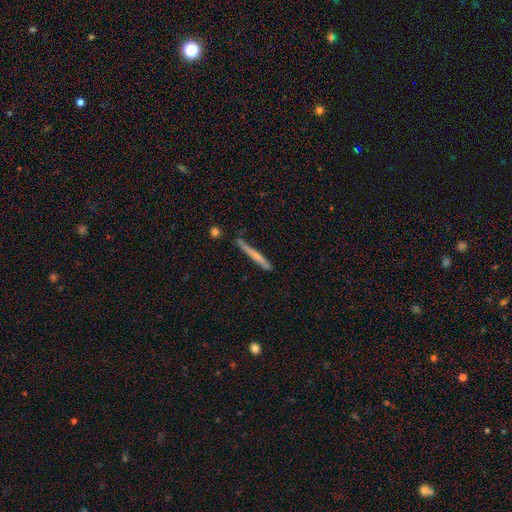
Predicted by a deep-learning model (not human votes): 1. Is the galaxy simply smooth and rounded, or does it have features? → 52% smooth, 42% featured or disk, 6% star or artifact.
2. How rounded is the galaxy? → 96% cigar-shaped, 2% in between, 1% round.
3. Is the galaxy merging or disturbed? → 77% none, 16% minor disturbance, 4% merger, 3% major disturbance.